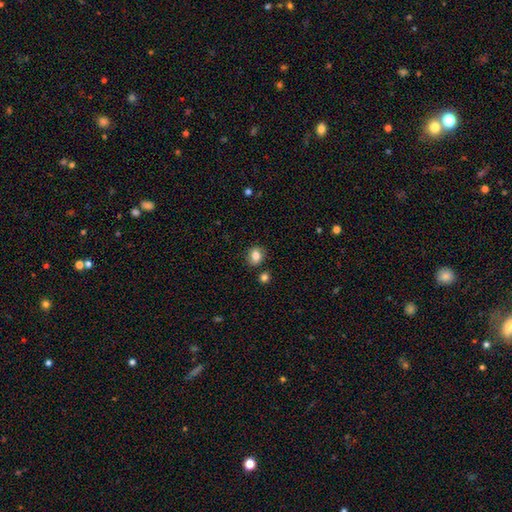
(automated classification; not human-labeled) Smooth or featured?
  - smooth: 81% *
  - star or artifact: 10%
  - featured or disk: 9%
How rounded?
  - round: 63% *
  - in between: 36%
  - cigar-shaped: 1%
Merging?
  - none: 83% *
  - minor disturbance: 10%
  - merger: 4%
  - major disturbance: 2%